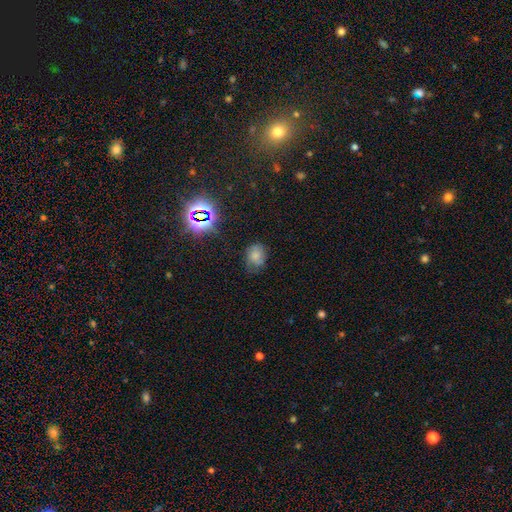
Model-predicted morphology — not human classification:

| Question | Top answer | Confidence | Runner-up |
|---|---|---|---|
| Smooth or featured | smooth | 65% | star or artifact (19%) |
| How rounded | in between | 54% | round (45%) |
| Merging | none | 60% | minor disturbance (28%) |